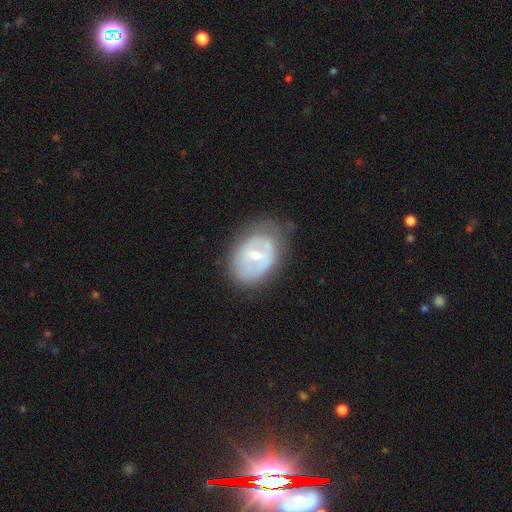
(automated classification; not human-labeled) A featured or disk galaxy (59%) with a weak bar (45%), no spiral arms (70%) and a moderate central bulge (46%). Merging: none (63%).